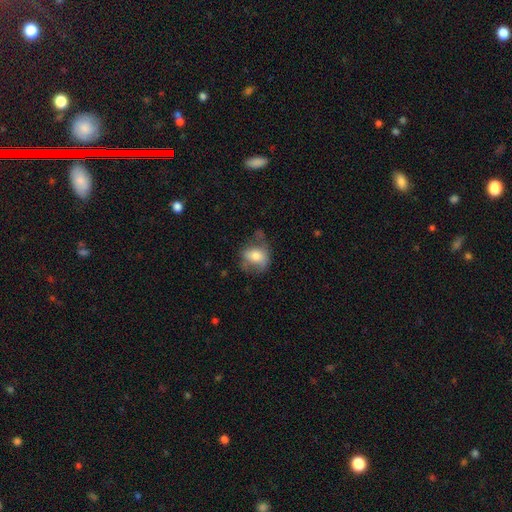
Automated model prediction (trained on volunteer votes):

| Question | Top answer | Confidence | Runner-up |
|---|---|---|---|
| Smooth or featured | smooth | 66% | featured or disk (26%) |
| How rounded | in between | 57% | round (42%) |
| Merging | none | 43% | minor disturbance (31%) |